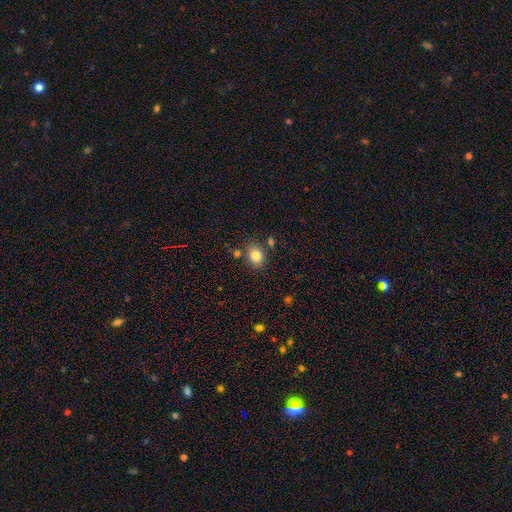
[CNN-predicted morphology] This appears to be a smooth galaxy with no disk features (83%) that is in between round and cigar-shaped (50%). Merging: none (76%).